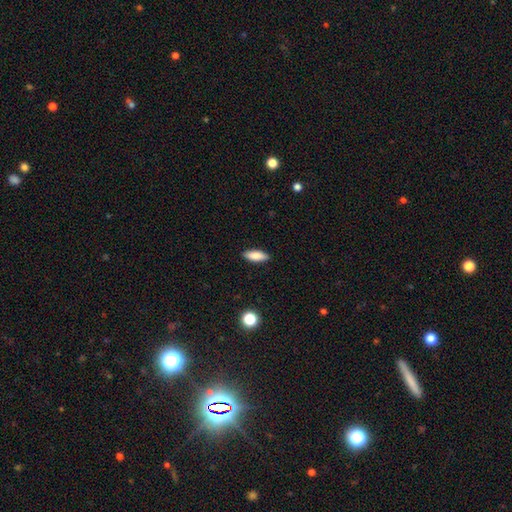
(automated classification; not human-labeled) smooth-or-featured: smooth: 85% | featured or disk: 8% | star or artifact: 7%
  how-rounded: in between: 70% | cigar-shaped: 28% | round: 2%
  merging: none: 89% | minor disturbance: 8% | major disturbance: 2% | merger: 1%